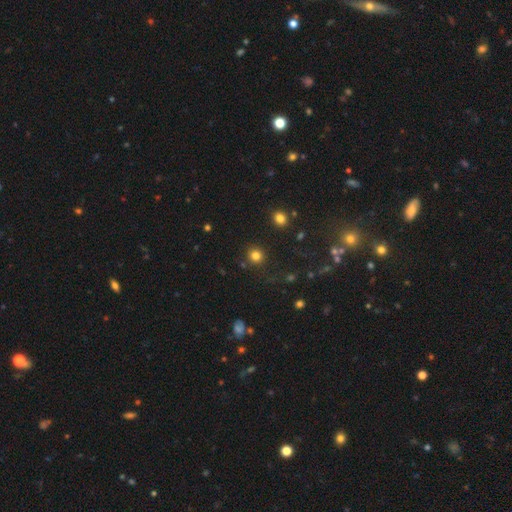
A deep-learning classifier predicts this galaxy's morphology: A smooth galaxy with no disk features (79%) that is round (90%). Merging: none (86%).